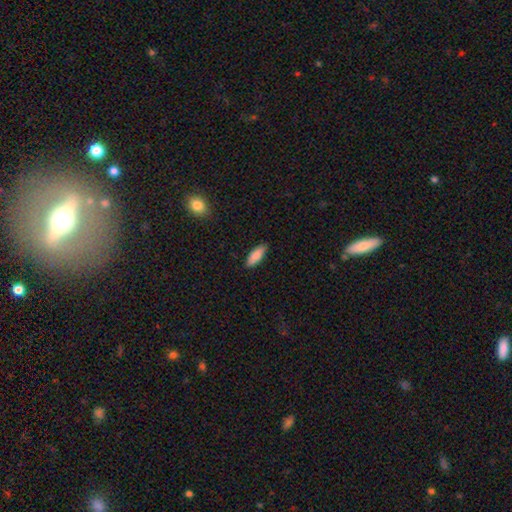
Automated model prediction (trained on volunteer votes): Smooth or featured? Predicted: smooth (p=0.87). How rounded? Predicted: in between (p=0.62). Merging? Predicted: none (p=0.86).